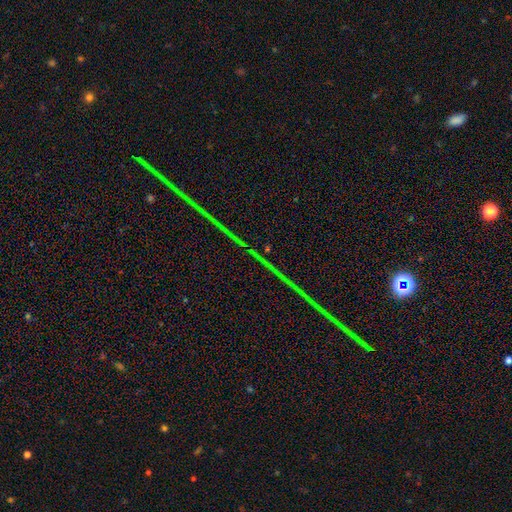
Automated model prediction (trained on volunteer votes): Overall: star or artifact (87%).